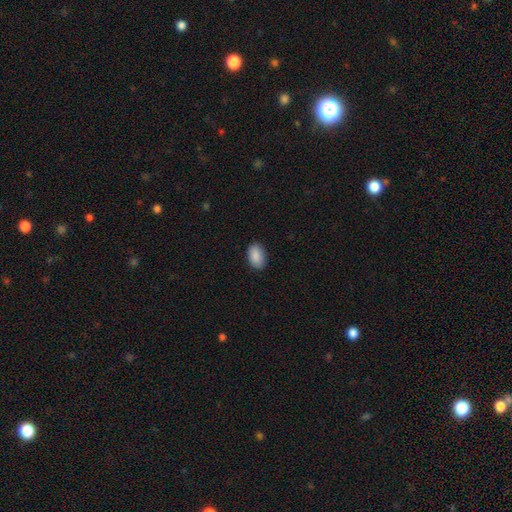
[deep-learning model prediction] Smooth or featured: smooth — 90% (star or artifact — 7%)
How rounded: in between — 92% (round — 7%)
Merging: none — 88% (minor disturbance — 9%)